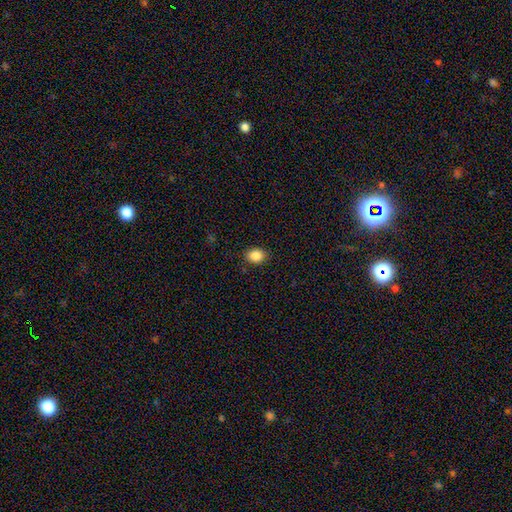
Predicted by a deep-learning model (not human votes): Smooth or featured? Predicted: smooth (p=0.86). How rounded? Predicted: in between (p=0.52). Merging? Predicted: none (p=0.89).